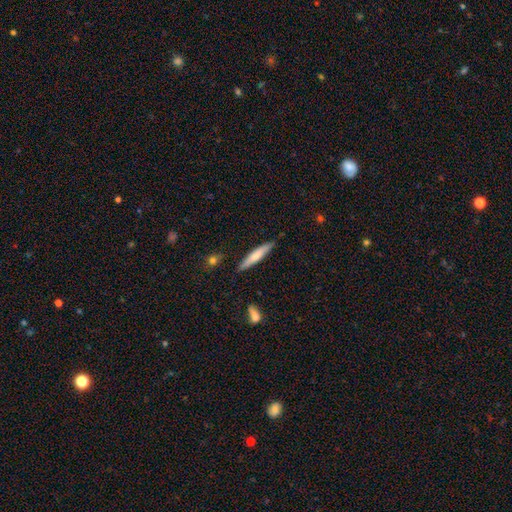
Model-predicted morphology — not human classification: smooth-or-featured: smooth: 67% | featured or disk: 28% | star or artifact: 6%
  how-rounded: cigar-shaped: 90% | in between: 9% | round: 1%
  merging: none: 86% | minor disturbance: 10% | major disturbance: 2% | merger: 2%